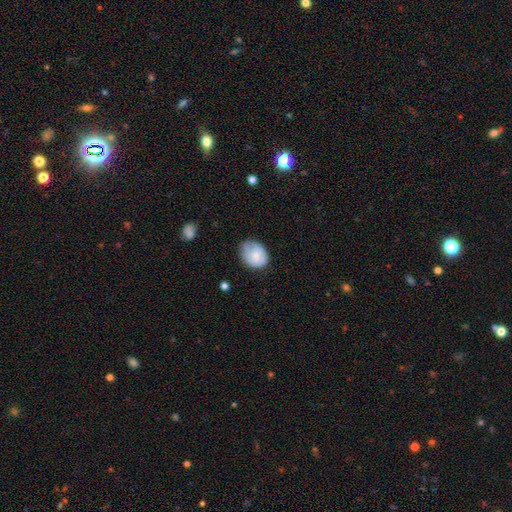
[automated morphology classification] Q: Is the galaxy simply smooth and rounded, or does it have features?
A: smooth — 71%.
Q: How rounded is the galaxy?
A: in between — 58%.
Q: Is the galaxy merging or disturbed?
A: none — 58%.